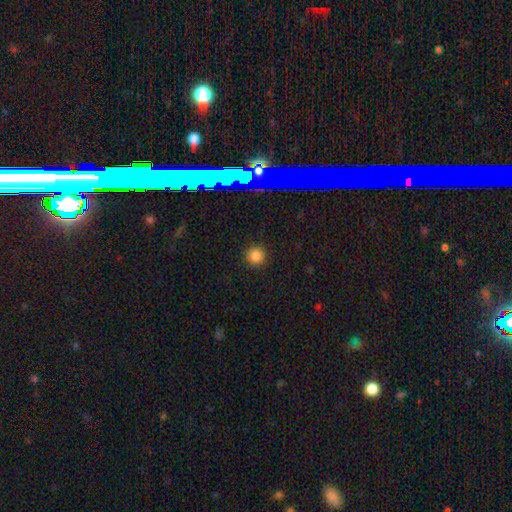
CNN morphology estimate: Q: Smooth or featured?
A: smooth (80%); runner-up: star or artifact (16%)
Q: How rounded?
A: round (95%); runner-up: in between (4%)
Q: Merging?
A: none (91%); runner-up: minor disturbance (6%)